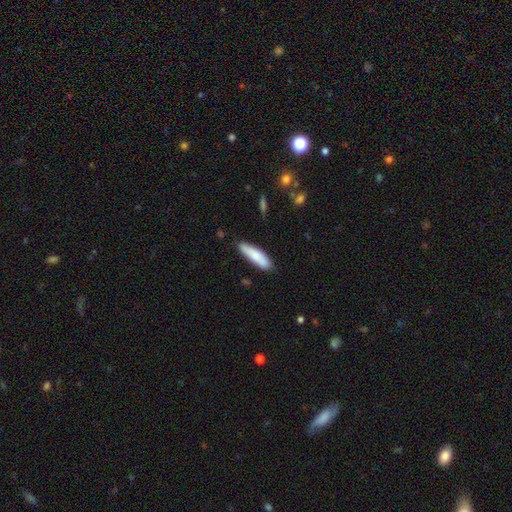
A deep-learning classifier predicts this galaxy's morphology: Overall: smooth (81%). How rounded: cigar-shaped (61%; in between 37%). Merging: none (81%).